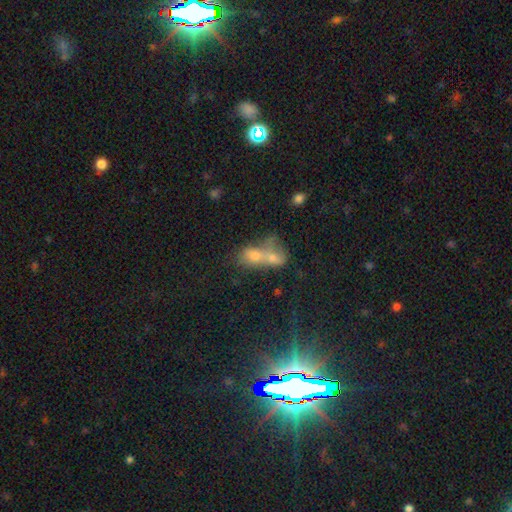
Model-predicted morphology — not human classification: Smooth or featured? Predicted: smooth (p=0.57). How rounded? Predicted: in between (p=0.67). Merging? Predicted: merger (p=0.72).